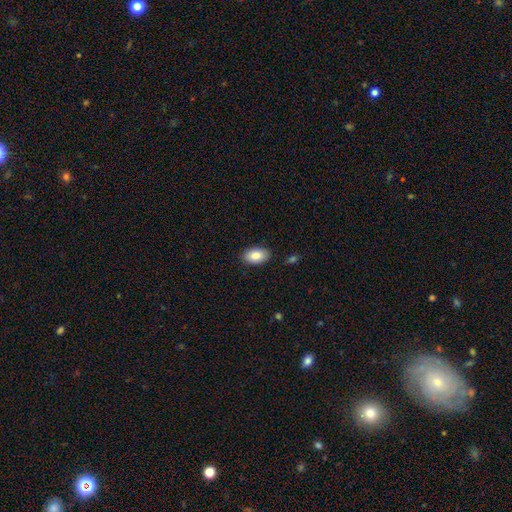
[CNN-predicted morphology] A smooth galaxy with no disk features (86%) that is in between round and cigar-shaped (93%). Merging: none (87%).